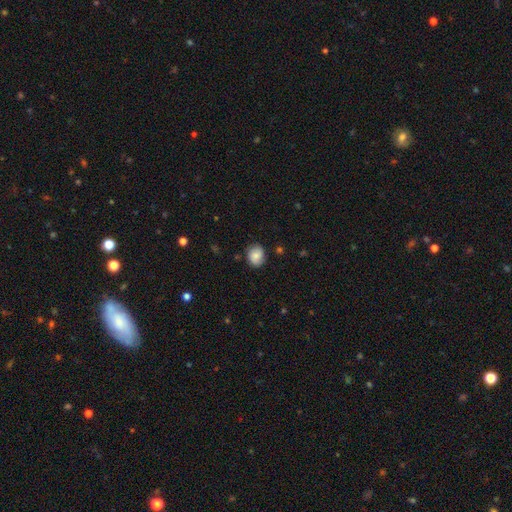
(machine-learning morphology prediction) type=smooth (72%); roundness=round (63%); merging=none (80%).